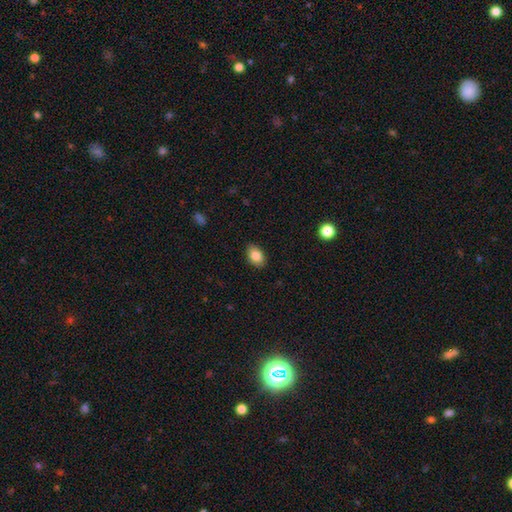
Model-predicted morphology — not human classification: Overall: smooth (85%). How rounded: in between (84%). Merging: none (87%).